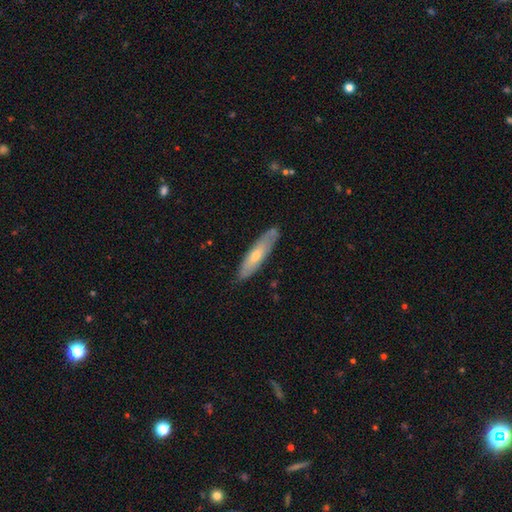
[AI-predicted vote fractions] Smooth or featured?
  - smooth: 48% *
  - featured or disk: 46%
  - star or artifact: 6%
Merging?
  - none: 82% *
  - minor disturbance: 14%
  - major disturbance: 2%
  - merger: 1%